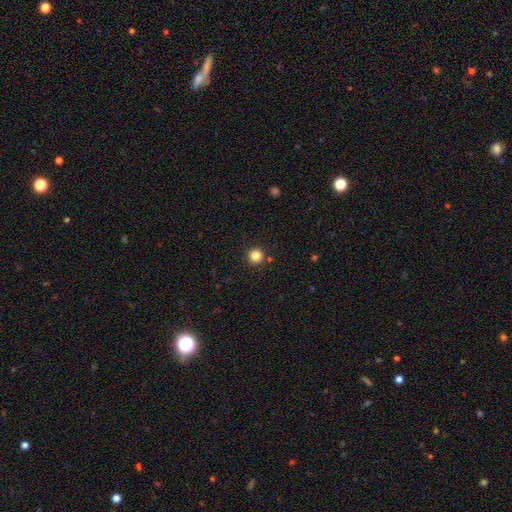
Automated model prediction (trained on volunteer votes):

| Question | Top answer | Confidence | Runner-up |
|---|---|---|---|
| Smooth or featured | smooth | 84% | star or artifact (12%) |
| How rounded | round | 95% | in between (4%) |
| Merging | none | 91% | minor disturbance (5%) |